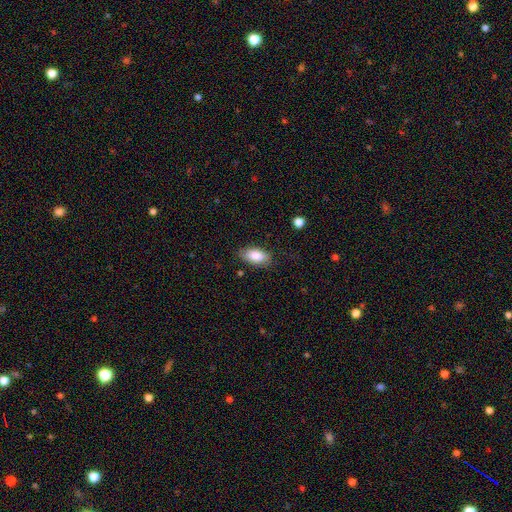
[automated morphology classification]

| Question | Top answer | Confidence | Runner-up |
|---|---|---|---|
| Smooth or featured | smooth | 85% | featured or disk (9%) |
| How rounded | in between | 92% | cigar-shaped (4%) |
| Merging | none | 77% | minor disturbance (17%) |